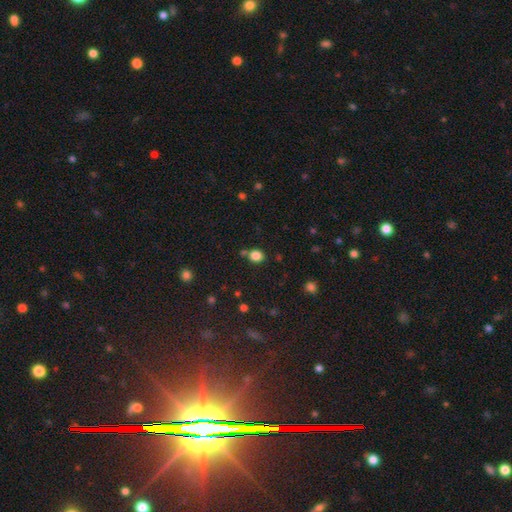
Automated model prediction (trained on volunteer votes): A smooth galaxy with no disk features (83%) that is round (64%).

Vote fractions:
- Smooth or featured? smooth: 83% / star or artifact: 12% / featured or disk: 5%
- How rounded? round: 64% / in between: 35% / cigar-shaped: 1%
- Merging? none: 72% / merger: 13% / minor disturbance: 11% / major disturbance: 3%